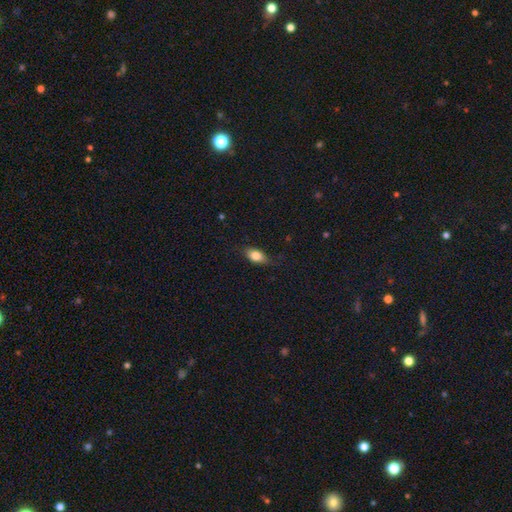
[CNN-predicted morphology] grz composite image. It shows a smooth galaxy with no disk features (82%) that is in between round and cigar-shaped (85%). Merging: none (77%).